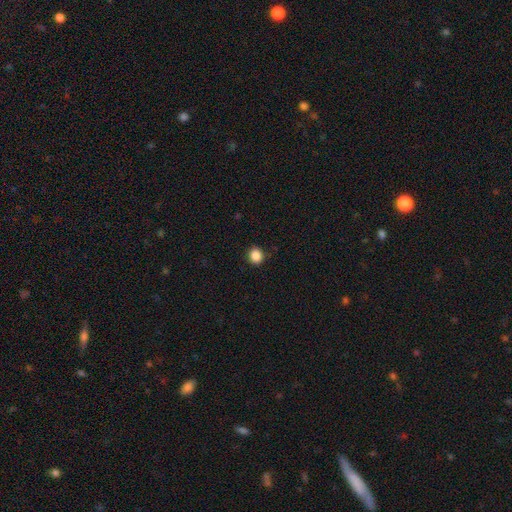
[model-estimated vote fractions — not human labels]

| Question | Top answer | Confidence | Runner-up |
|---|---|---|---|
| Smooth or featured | smooth | 87% | star or artifact (10%) |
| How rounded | round | 82% | in between (17%) |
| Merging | none | 90% | minor disturbance (7%) |